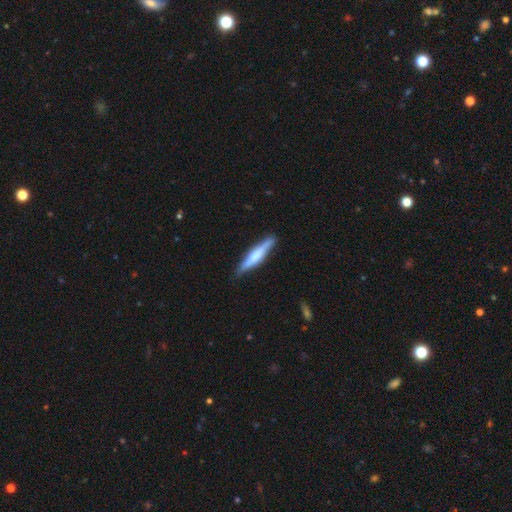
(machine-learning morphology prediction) Overall: featured or disk (48%; smooth 47%). Merging: none (85%).